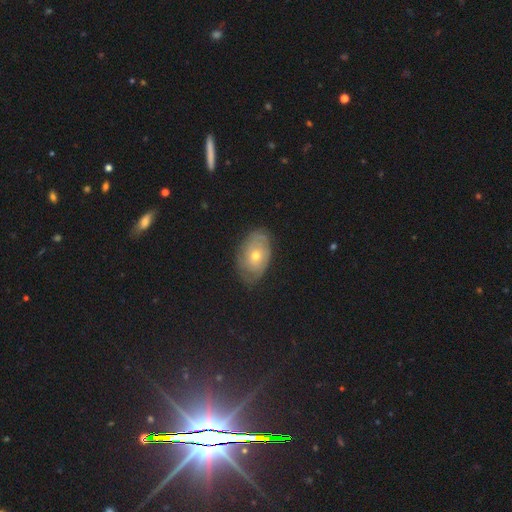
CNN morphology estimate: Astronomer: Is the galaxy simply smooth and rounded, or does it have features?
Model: featured or disk — 62%.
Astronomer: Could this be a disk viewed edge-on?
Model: no — 94%.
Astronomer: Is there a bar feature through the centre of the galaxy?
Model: no — 85%.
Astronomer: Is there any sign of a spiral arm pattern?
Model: yes — 74%.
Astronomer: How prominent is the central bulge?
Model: moderate — 56% (runner-up: small, 40%).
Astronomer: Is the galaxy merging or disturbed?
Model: none — 75%.